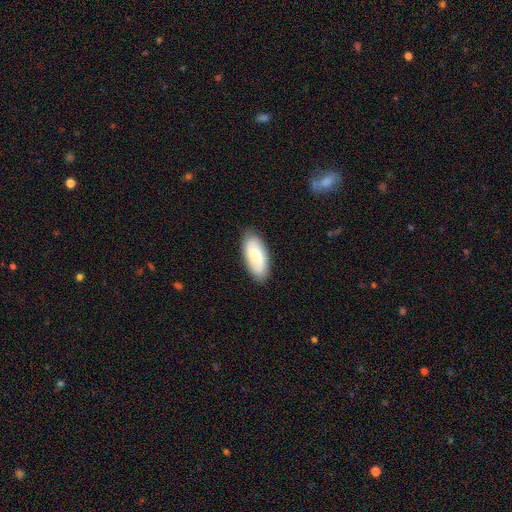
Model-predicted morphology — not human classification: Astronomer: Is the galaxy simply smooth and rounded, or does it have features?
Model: smooth — 54% (runner-up: featured or disk, 40%).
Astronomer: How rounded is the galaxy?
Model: in between — 88%.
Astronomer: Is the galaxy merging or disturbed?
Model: none — 86%.